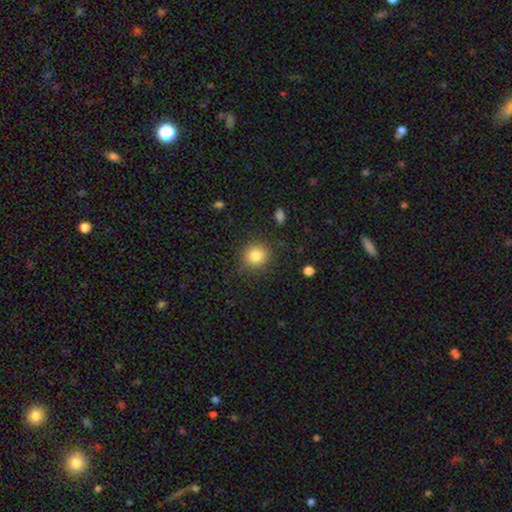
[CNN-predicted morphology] smooth-or-featured: smooth: 83% | star or artifact: 11% | featured or disk: 6%
  how-rounded: round: 88% | in between: 11% | cigar-shaped: 1%
  merging: none: 86% | minor disturbance: 9% | major disturbance: 3% | merger: 1%